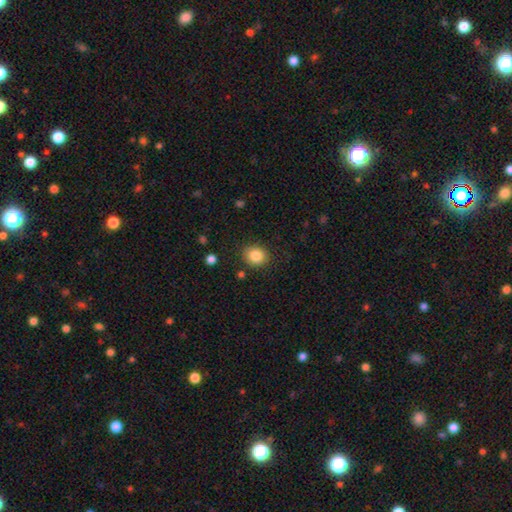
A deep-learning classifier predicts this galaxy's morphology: Smooth or featured? smooth (85%)
How rounded? round (77%)
Merging? none (87%)